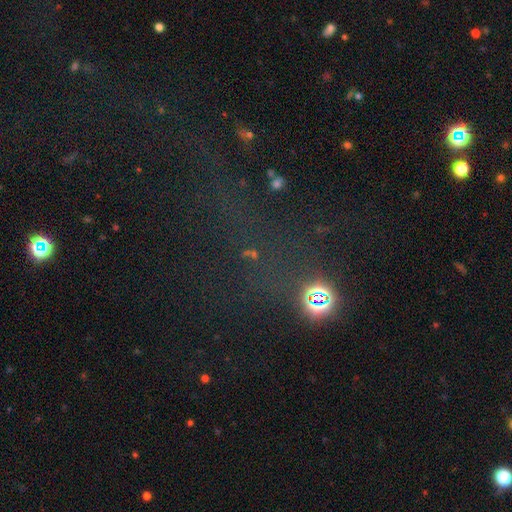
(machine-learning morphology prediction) Smooth or featured: star or artifact — 60% (smooth — 27%)